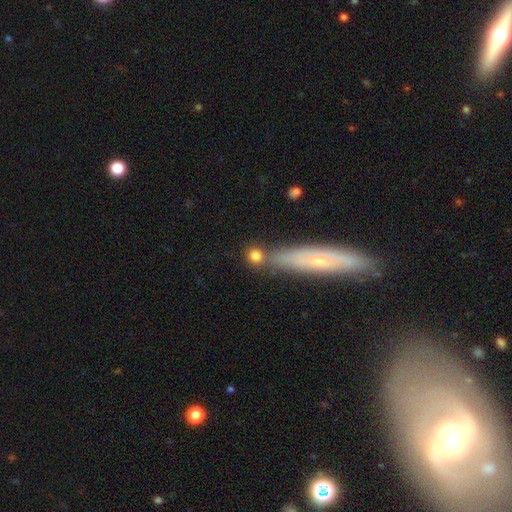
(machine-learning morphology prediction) Smooth or featured: smooth — 80% (star or artifact — 11%)
How rounded: round — 82% (in between — 11%)
Merging: none — 69% (merger — 17%)